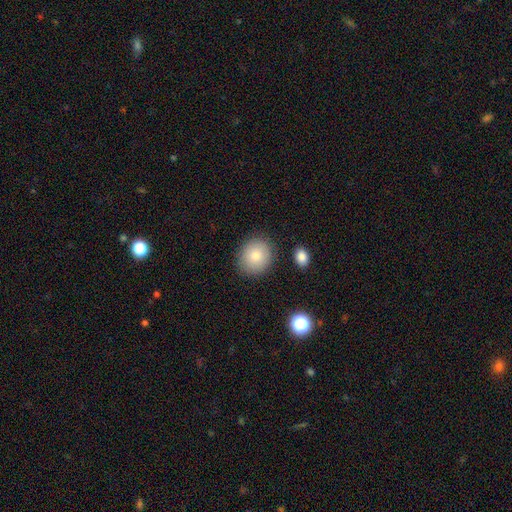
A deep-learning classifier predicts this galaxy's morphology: type=smooth (82%); roundness=round (74%); merging=none (86%).